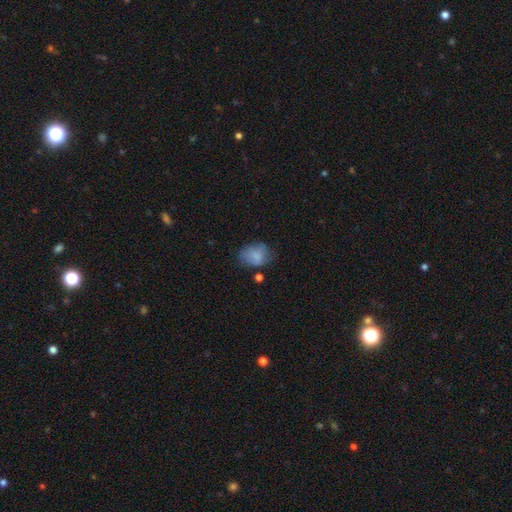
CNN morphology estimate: This is likely a smooth galaxy (77%). How rounded: likely in between (64%). Merging: possibly none (54%).